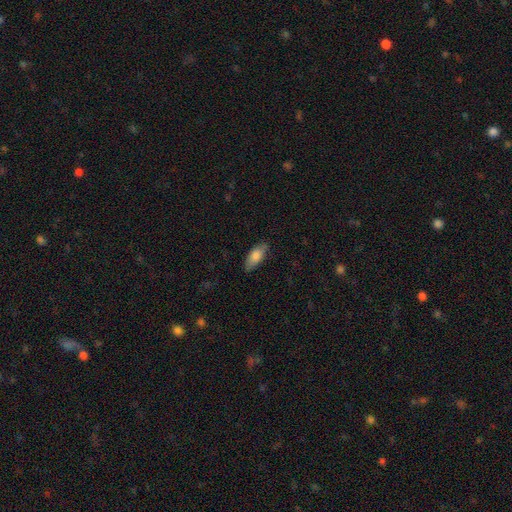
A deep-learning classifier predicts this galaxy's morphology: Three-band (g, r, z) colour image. It shows a smooth galaxy with no disk features (79%) that is in between round and cigar-shaped (79%). Merging: none (81%).